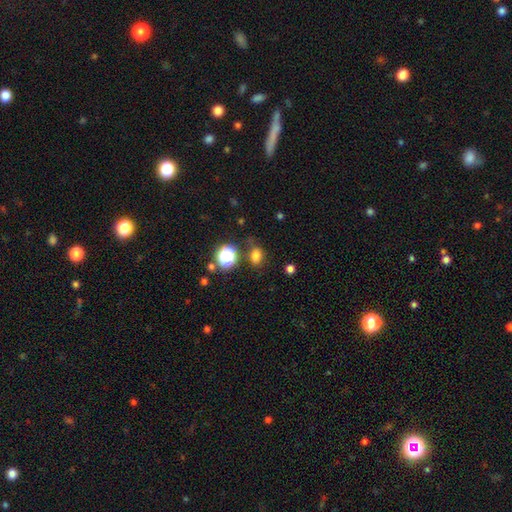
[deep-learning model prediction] Overall: smooth (74%). How rounded: in between (58%; round 41%). Merging: none (73%).